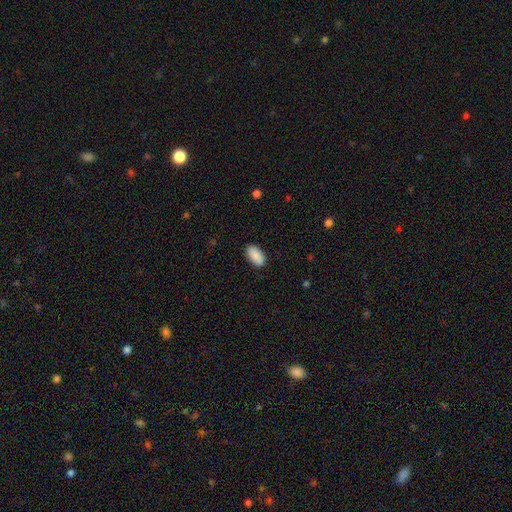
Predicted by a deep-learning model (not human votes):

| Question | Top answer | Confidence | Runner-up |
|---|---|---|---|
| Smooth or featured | smooth | 89% | star or artifact (6%) |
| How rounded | in between | 94% | cigar-shaped (3%) |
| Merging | none | 87% | minor disturbance (10%) |